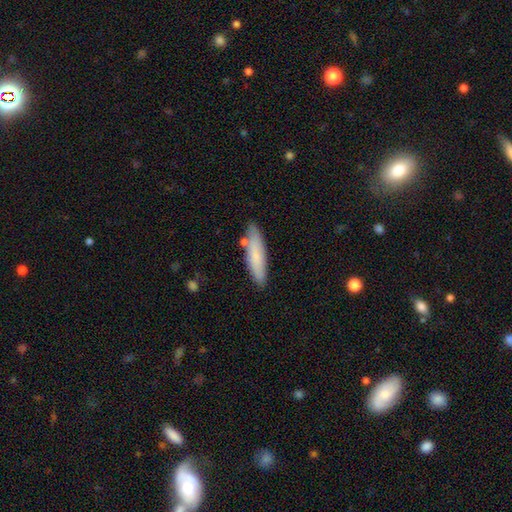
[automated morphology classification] A smooth galaxy with no disk features (78%) that is cigar-shaped (72%). Merging: none (80%).